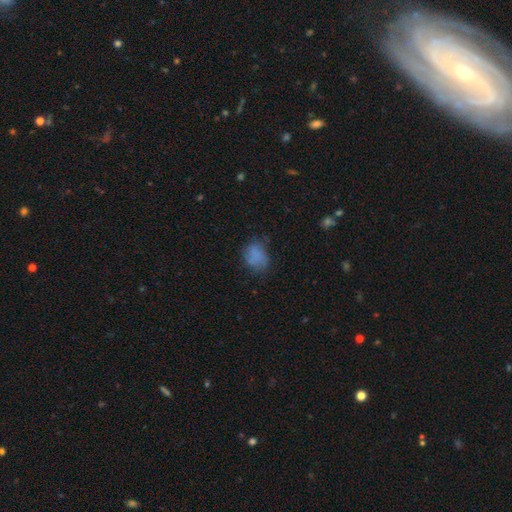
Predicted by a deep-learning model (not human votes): This appears to be a smooth galaxy with no disk features (73%) that is in between round and cigar-shaped (56%). Merging: none (56%).